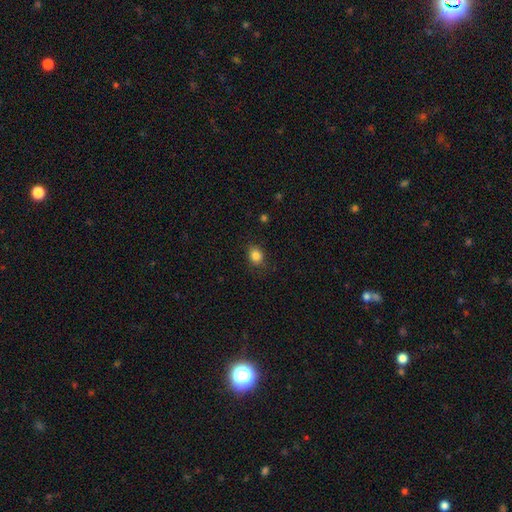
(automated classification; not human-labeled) Smooth or featured? smooth (84%)
How rounded? round (55%)
Merging? none (82%)